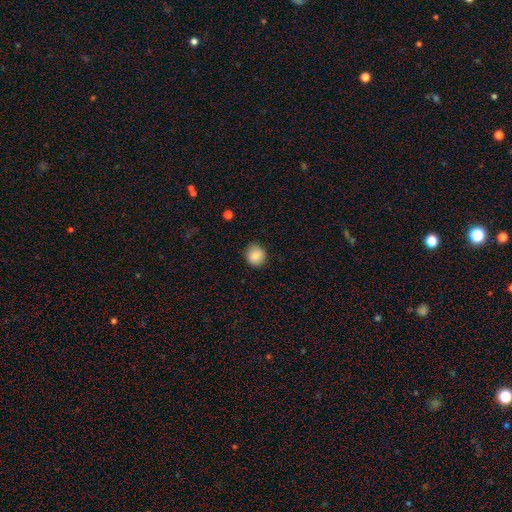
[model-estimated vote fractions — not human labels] smooth-or-featured: smooth: 86% | star or artifact: 8% | featured or disk: 6%
  how-rounded: round: 87% | in between: 12% | cigar-shaped: 1%
  merging: none: 86% | minor disturbance: 11% | major disturbance: 2% | merger: 1%